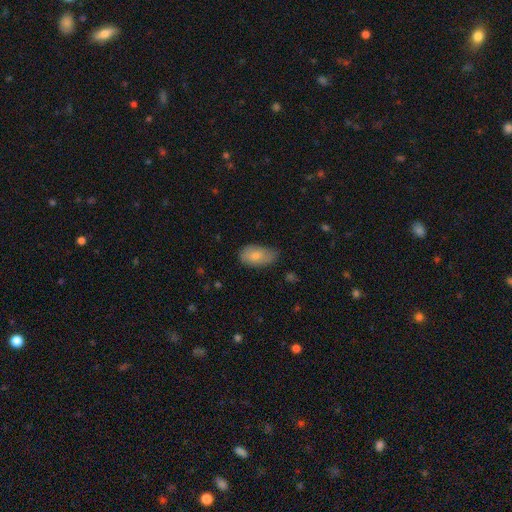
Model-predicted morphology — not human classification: smooth-or-featured: smooth: 78% | featured or disk: 15% | star or artifact: 6%
  how-rounded: in between: 93% | round: 5% | cigar-shaped: 3%
  merging: none: 65% | minor disturbance: 29% | major disturbance: 5% | merger: 1%